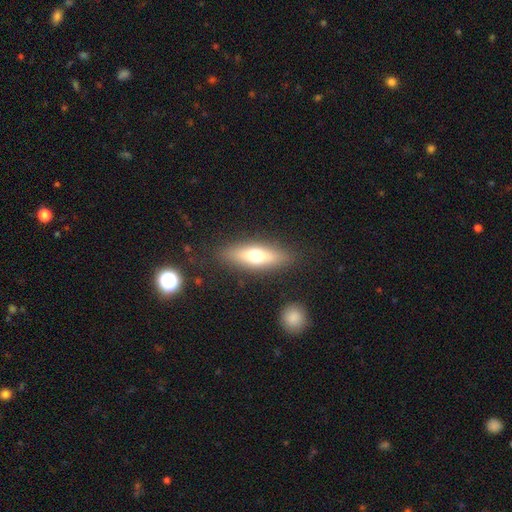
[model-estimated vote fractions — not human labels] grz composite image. It shows a smooth galaxy with no disk features (58%) that is in between round and cigar-shaped (49%). Merging: none (85%).